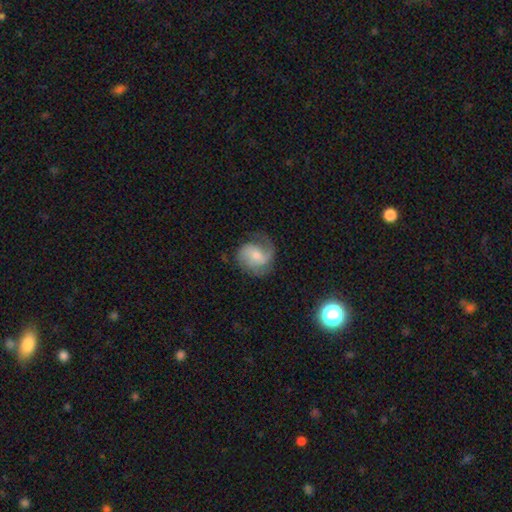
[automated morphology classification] Smooth or featured: featured or disk — 66% (smooth — 26%)
Edge-on disk: no — 97% (yes — 3%)
Bar: no — 50% (weak — 41%)
Spiral arms: yes — 92% (no — 8%)
Spiral winding: medium — 45% (loose — 33%)
Spiral arm count: 2 — 57% (1 — 18%)
Bulge size: small — 48% (moderate — 41%)
Merging: none — 62% (minor disturbance — 22%)